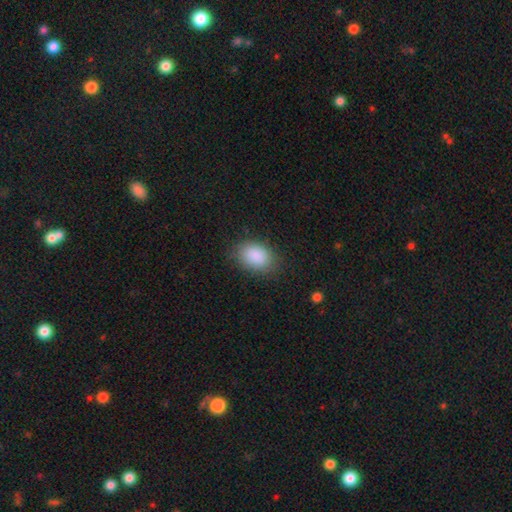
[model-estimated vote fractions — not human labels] Smooth or featured: smooth — 88% (star or artifact — 8%)
How rounded: in between — 77% (round — 21%)
Merging: none — 83% (minor disturbance — 12%)